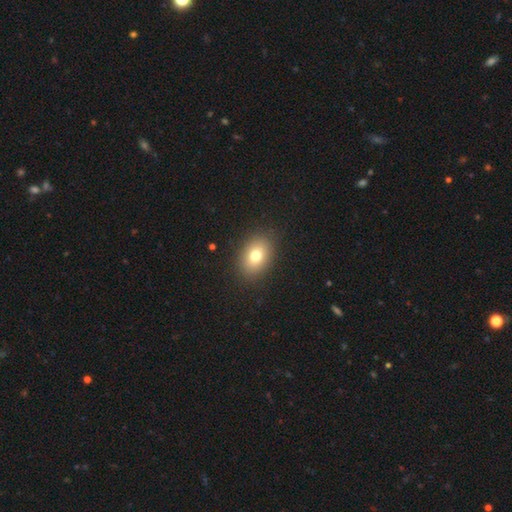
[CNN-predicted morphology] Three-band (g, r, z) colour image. It shows a smooth galaxy with no disk features (76%) that is in between round and cigar-shaped (74%). Merging: none (88%).